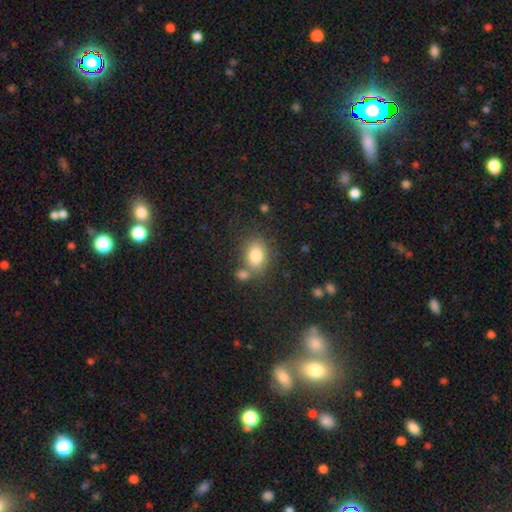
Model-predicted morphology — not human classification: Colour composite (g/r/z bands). It shows a smooth galaxy with no disk features (81%) that is in between round and cigar-shaped (68%). Merging: none (64%).